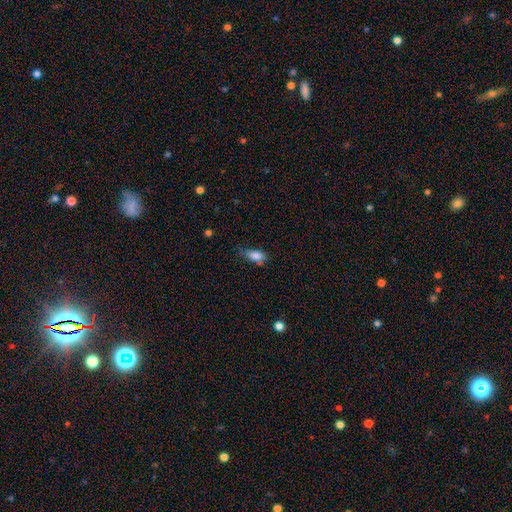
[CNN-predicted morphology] smooth-or-featured: smooth: 82% | featured or disk: 9% | star or artifact: 9%
  how-rounded: in between: 86% | cigar-shaped: 10% | round: 4%
  merging: none: 53% | minor disturbance: 34% | major disturbance: 9% | merger: 3%